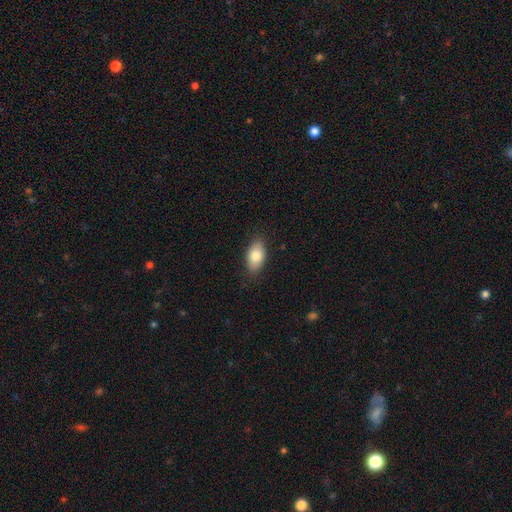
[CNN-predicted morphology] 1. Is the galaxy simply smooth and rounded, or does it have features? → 80% smooth, 13% featured or disk, 7% star or artifact.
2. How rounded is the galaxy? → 91% in between, 6% round, 3% cigar-shaped.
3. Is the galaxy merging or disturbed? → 85% none, 11% minor disturbance, 2% major disturbance, 1% merger.